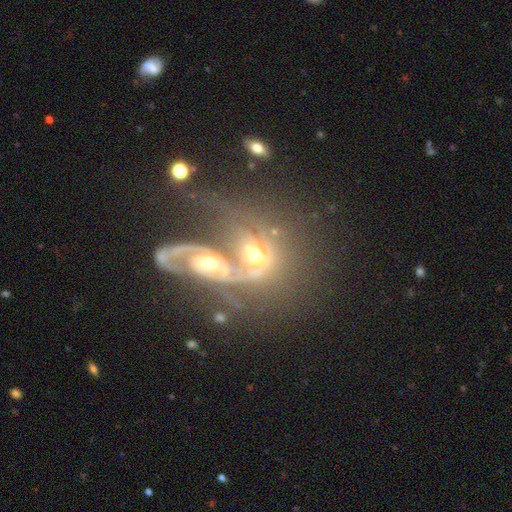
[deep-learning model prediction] The model was most divided on "spiral winding": medium: 43%, loose: 33%, tight: 24%. More confident: edge-on disk — no (95%); spiral arms — yes (83%); merging — merger (70%); spiral arm count — 2 (69%); smooth or featured — featured or disk (67%); bulge size — moderate (58%); bar — no (58%).